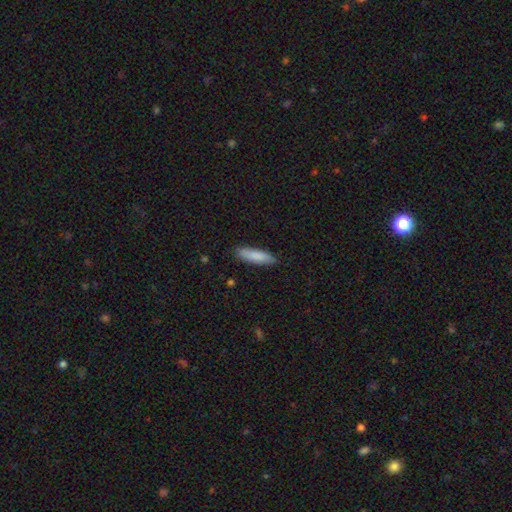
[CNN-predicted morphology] Smooth or featured?
  - smooth: 86% *
  - featured or disk: 9%
  - star or artifact: 6%
How rounded?
  - cigar-shaped: 67% *
  - in between: 31%
  - round: 1%
Merging?
  - none: 88% *
  - minor disturbance: 10%
  - major disturbance: 2%
  - merger: 1%